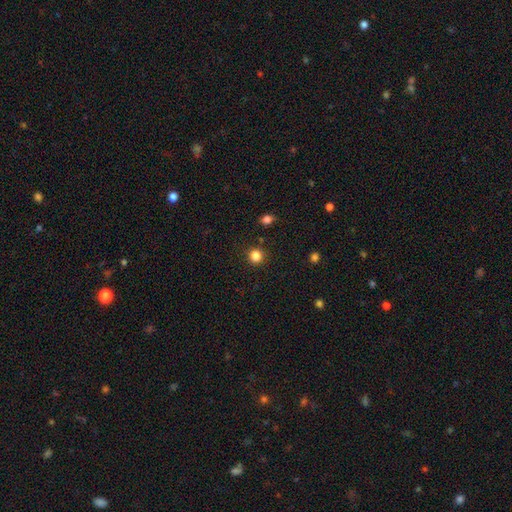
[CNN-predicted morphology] The model was most divided on "smooth or featured": smooth: 83%, star or artifact: 13%, featured or disk: 4%. More confident: how rounded — round (93%); merging — none (90%).